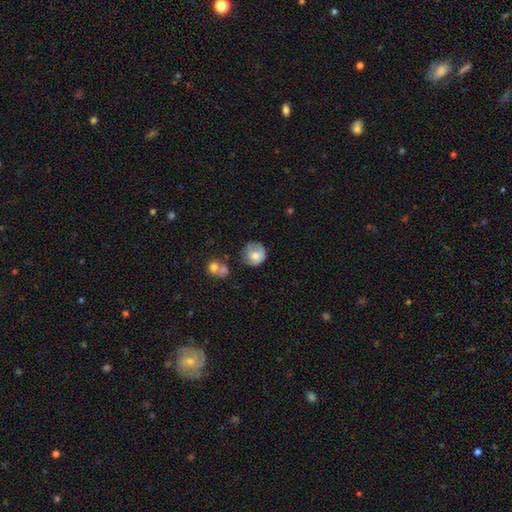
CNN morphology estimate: This appears to be a smooth galaxy with no disk features (71%) that is round (88%). Merging: none (55%).